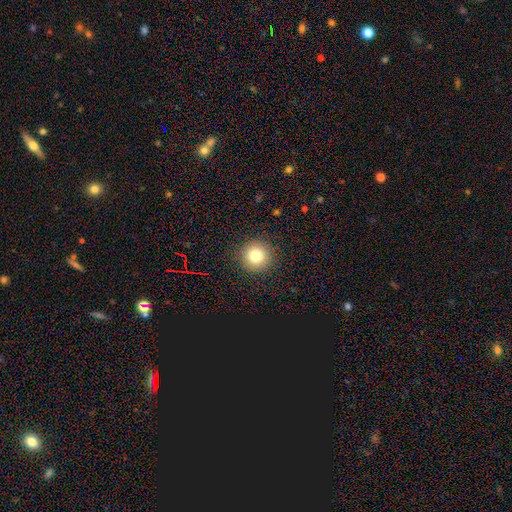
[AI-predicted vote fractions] smooth_or_featured: smooth (p=0.81) [alt: star or artifact p=0.12]
how_rounded: round (p=0.95) [alt: in between p=0.04]
merging: none (p=0.90) [alt: minor disturbance p=0.06]